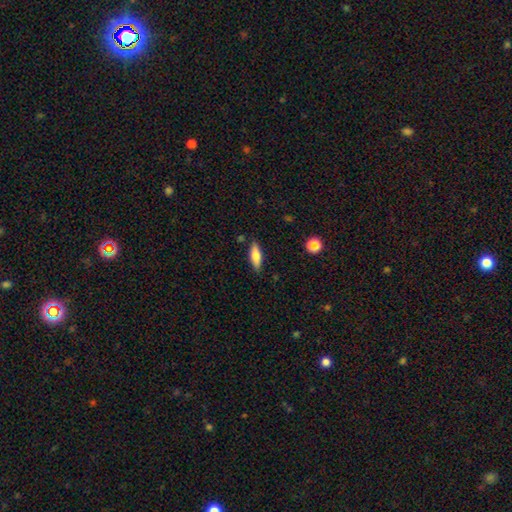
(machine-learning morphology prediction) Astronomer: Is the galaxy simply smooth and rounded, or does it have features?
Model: smooth — 66%.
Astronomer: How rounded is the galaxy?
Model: in between — 49%, tied with cigar-shaped at 49%.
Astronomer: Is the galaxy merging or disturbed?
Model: none — 85%.